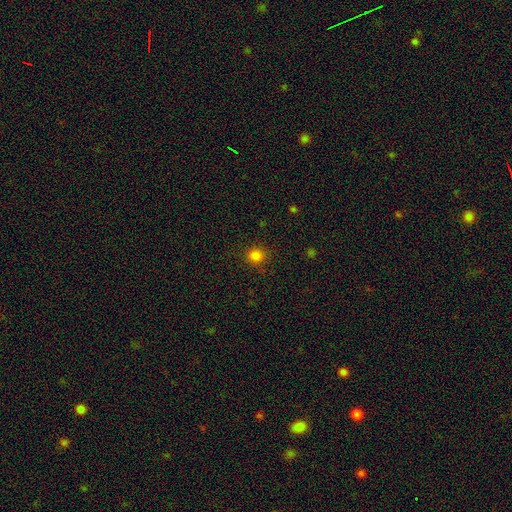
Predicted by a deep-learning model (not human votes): Smooth or featured? smooth (82%)
How rounded? round (85%)
Merging? none (88%)